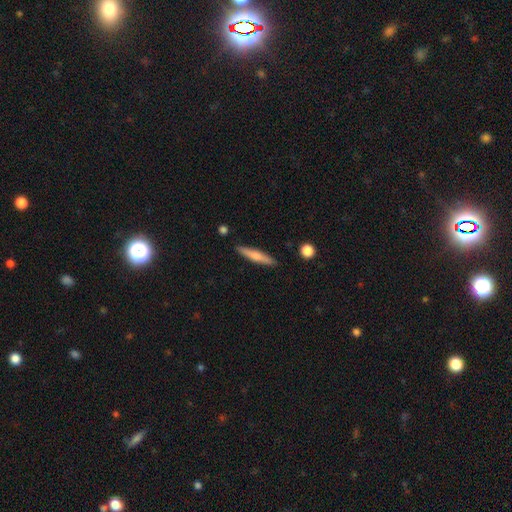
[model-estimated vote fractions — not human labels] Q: Smooth or featured?
A: smooth (61%); runner-up: featured or disk (33%)
Q: How rounded?
A: cigar-shaped (90%); runner-up: in between (8%)
Q: Merging?
A: none (89%); runner-up: minor disturbance (8%)